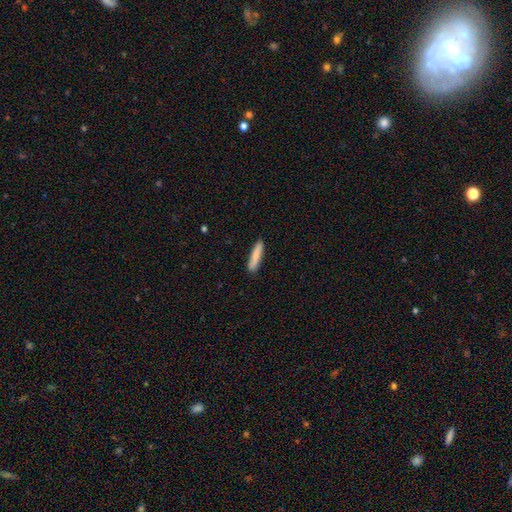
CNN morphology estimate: Q: Smooth or featured?
A: smooth (83%); runner-up: featured or disk (11%)
Q: How rounded?
A: cigar-shaped (88%); runner-up: in between (10%)
Q: Merging?
A: none (89%); runner-up: minor disturbance (8%)